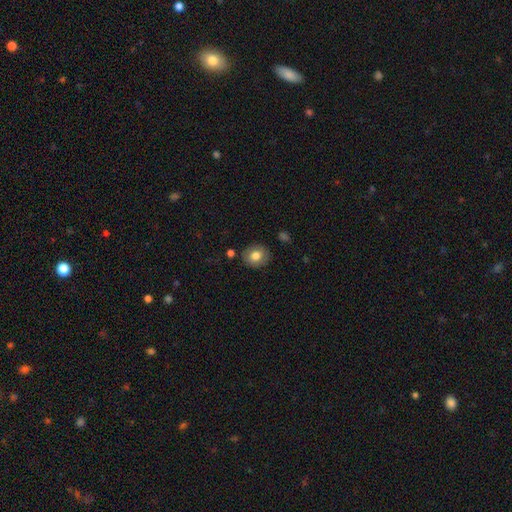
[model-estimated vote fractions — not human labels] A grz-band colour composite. It shows a smooth galaxy with no disk features (77%) that is round (74%). Merging: none (85%).